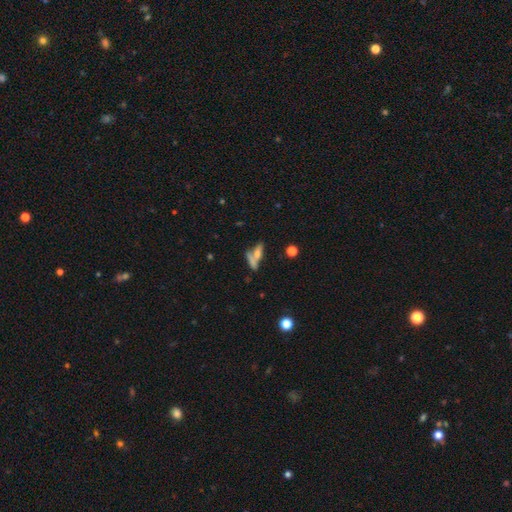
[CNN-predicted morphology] Q: Smooth or featured?
A: smooth (61%); runner-up: featured or disk (28%)
Q: How rounded?
A: cigar-shaped (53%); runner-up: in between (40%)
Q: Merging?
A: merger (44%); runner-up: none (38%)